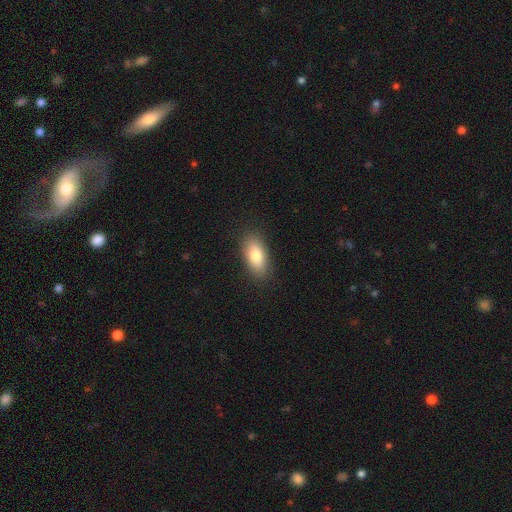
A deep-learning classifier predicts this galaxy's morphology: Overall: smooth (81%). How rounded: in between (88%). Merging: none (88%).